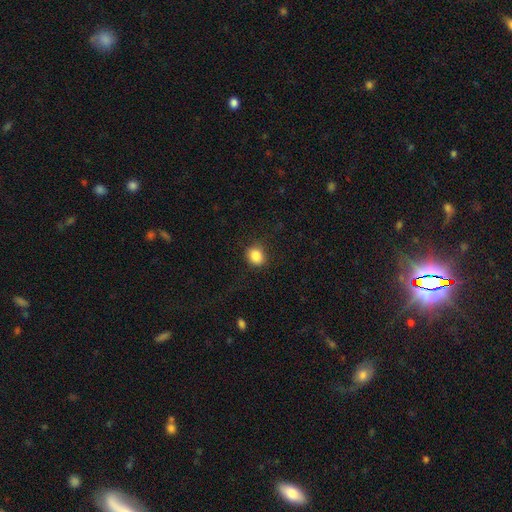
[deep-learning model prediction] Smooth or featured: smooth — 86% (star or artifact — 10%)
How rounded: round — 68% (in between — 31%)
Merging: none — 82% (minor disturbance — 13%)